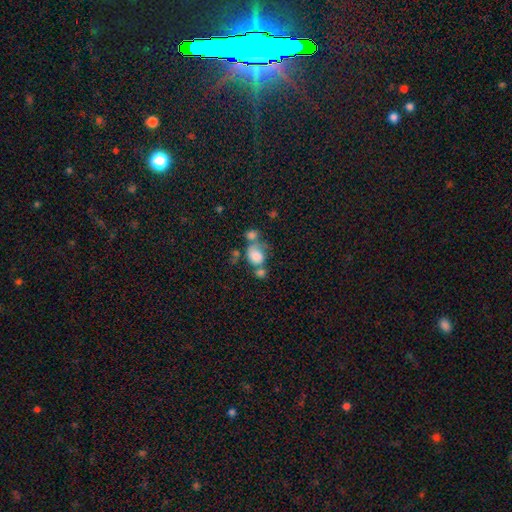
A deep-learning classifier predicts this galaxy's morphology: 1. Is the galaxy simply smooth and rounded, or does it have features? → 73% smooth, 18% featured or disk, 10% star or artifact.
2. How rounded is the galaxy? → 60% in between, 39% round, 1% cigar-shaped.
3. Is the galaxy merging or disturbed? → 50% merger, 21% none, 15% major disturbance, 14% minor disturbance.